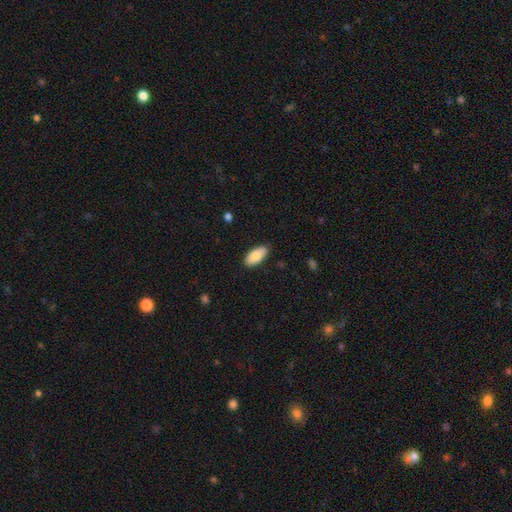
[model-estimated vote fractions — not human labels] smooth_or_featured: smooth (p=0.83) [alt: featured or disk p=0.11]
how_rounded: in between (p=0.92) [alt: cigar-shaped p=0.06]
merging: none (p=0.86) [alt: minor disturbance p=0.11]